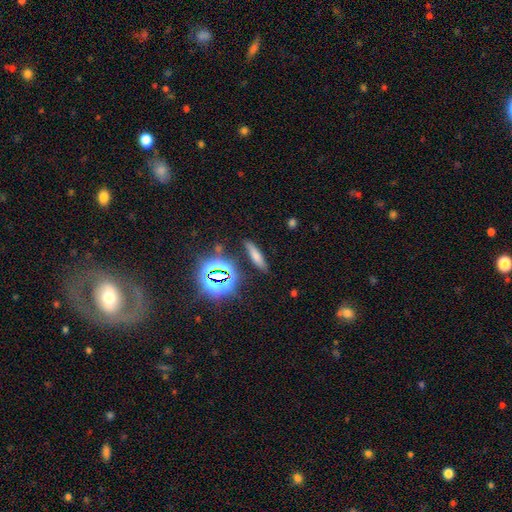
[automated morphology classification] type=smooth (63%); roundness=cigar-shaped (72%); merging=none (82%).